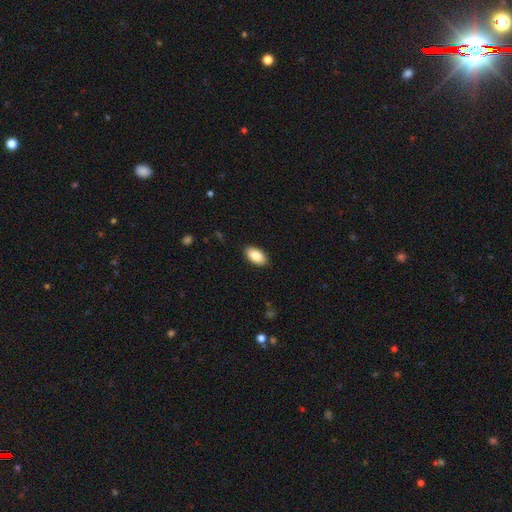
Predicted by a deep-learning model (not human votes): Q: Smooth or featured?
A: smooth (86%); runner-up: featured or disk (7%)
Q: How rounded?
A: in between (95%); runner-up: round (3%)
Q: Merging?
A: none (89%); runner-up: minor disturbance (8%)